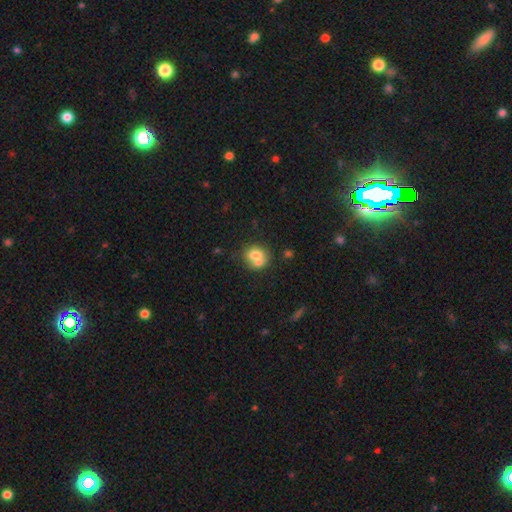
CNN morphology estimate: type=smooth (69%); roundness=round (58%); merging=merger (53%).